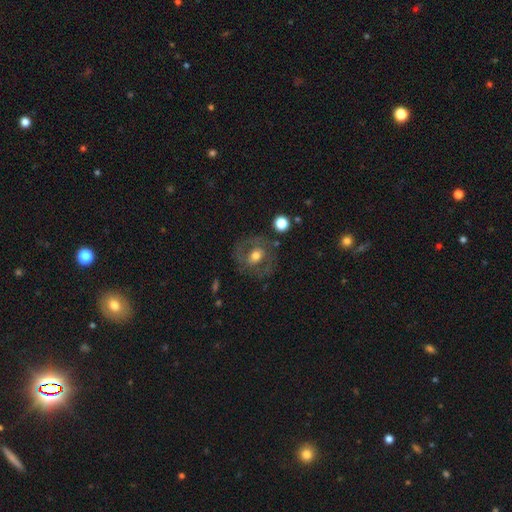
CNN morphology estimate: Overall: featured or disk (51%; smooth 41%). Edge-on disk: no (95%). Merging: none (73%).